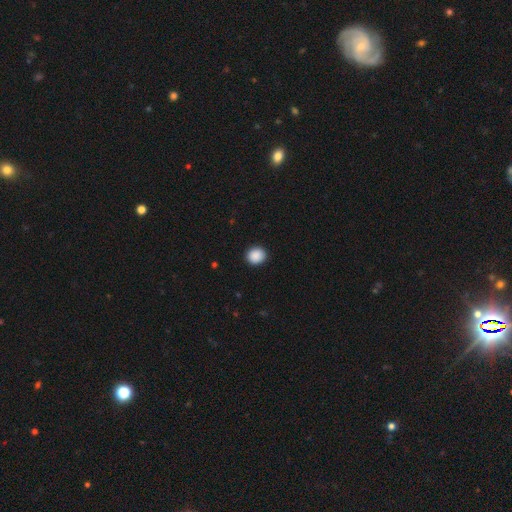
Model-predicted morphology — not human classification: Overall: smooth (90%). How rounded: round (80%). Merging: none (91%).